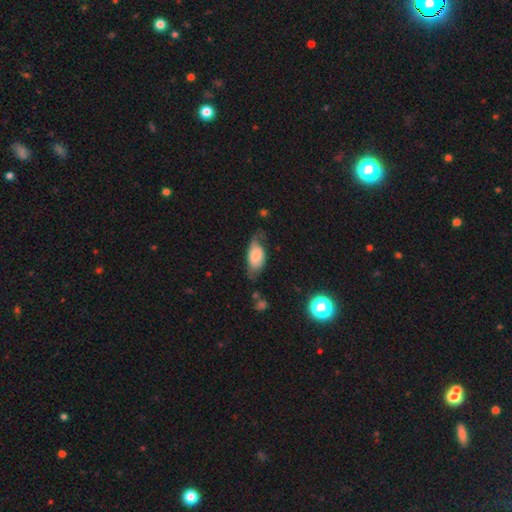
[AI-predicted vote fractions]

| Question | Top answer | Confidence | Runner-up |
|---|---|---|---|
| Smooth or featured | smooth | 63% | featured or disk (30%) |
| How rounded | in between | 90% | cigar-shaped (6%) |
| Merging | none | 48% | minor disturbance (32%) |